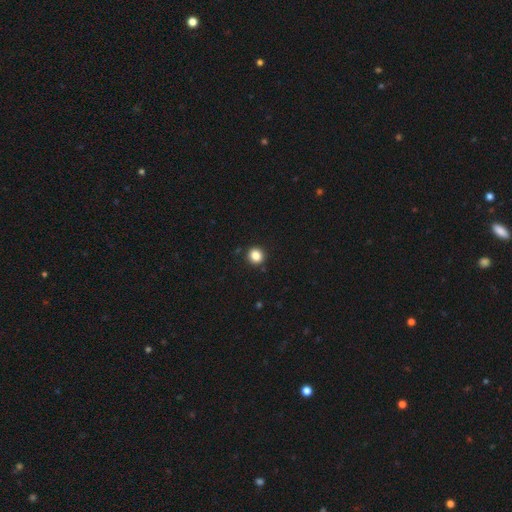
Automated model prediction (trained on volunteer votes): Smooth or featured? smooth (85%)
How rounded? round (85%)
Merging? none (92%)